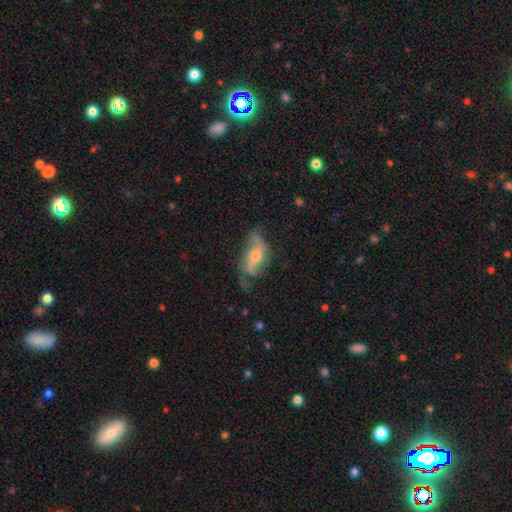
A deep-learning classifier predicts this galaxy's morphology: Overall: featured or disk (59%; smooth 33%). Edge-on disk: no (82%). Merging: none (44%; minor disturbance 30%).